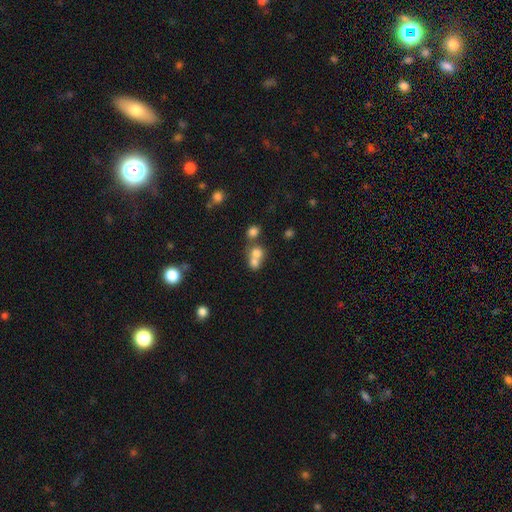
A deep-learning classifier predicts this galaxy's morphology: A smooth galaxy with no disk features (71%) that is round (71%). Merging: merger (63%).